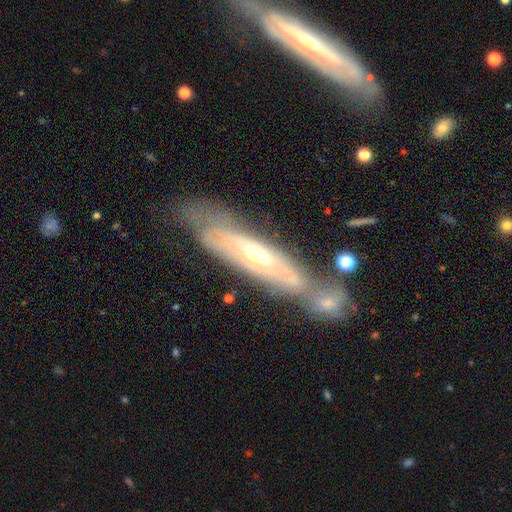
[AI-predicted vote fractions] A featured or disk galaxy (72%).

Vote fractions:
- Smooth or featured? featured or disk: 72% / smooth: 22% / star or artifact: 7%
- Edge-on disk? no: 67% / yes: 33%
- Merging? none: 45% / merger: 27% / minor disturbance: 19% / major disturbance: 9%